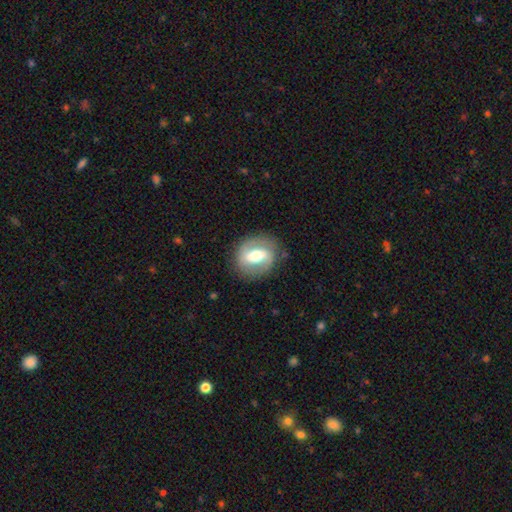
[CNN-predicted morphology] Smooth or featured? featured or disk (60%)
Edge-on disk? no (94%)
Bar? strong (43%)
Spiral arms? yes (62%)
Bulge size? moderate (67%)
Merging? none (81%)